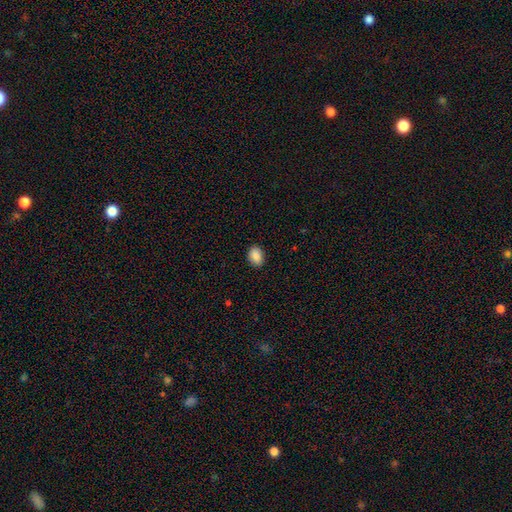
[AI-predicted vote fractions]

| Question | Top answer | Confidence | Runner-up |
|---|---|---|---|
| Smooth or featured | smooth | 89% | star or artifact (7%) |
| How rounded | in between | 82% | round (17%) |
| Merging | none | 88% | minor disturbance (9%) |